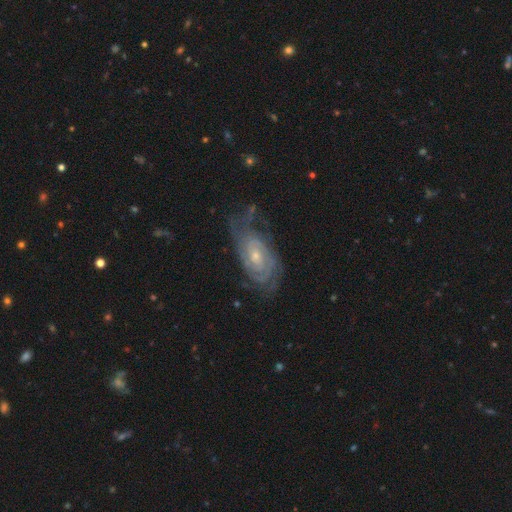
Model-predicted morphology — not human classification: Smooth or featured?
  - featured or disk: 84% *
  - smooth: 9%
  - star or artifact: 7%
Edge-on disk?
  - no: 94% *
  - yes: 6%
Bar?
  - no: 60% *
  - weak: 33%
  - strong: 7%
Spiral arms?
  - yes: 95% *
  - no: 5%
Spiral winding?
  - tight: 69% *
  - medium: 25%
  - loose: 6%
Spiral arm count?
  - can't tell: 35% *
  - 2: 34%
  - 3: 14%
  - 4: 7%
  - 1: 5%
  - more than 4: 5%
Bulge size?
  - small: 52% *
  - moderate: 43%
  - large: 2%
  - none: 2%
  - dominant: 1%
Merging?
  - none: 64% *
  - minor disturbance: 22%
  - major disturbance: 12%
  - merger: 2%